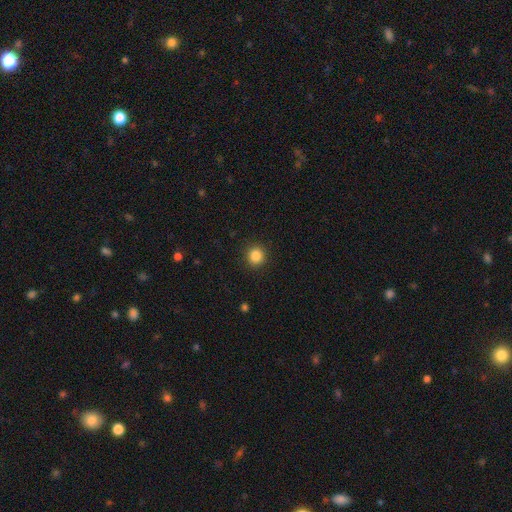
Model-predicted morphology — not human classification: This appears to be a smooth galaxy with no disk features (85%) that is round (93%). Merging: none (92%).